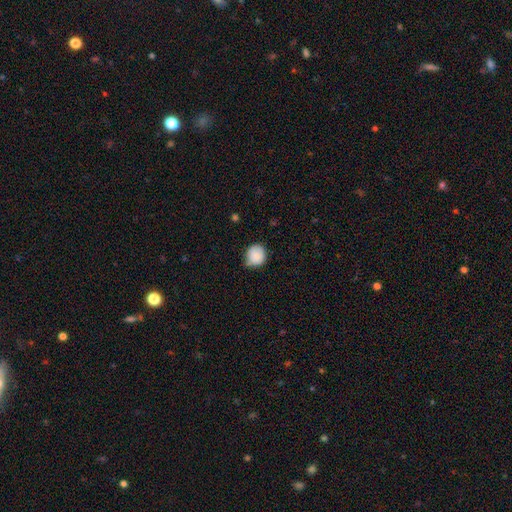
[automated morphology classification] smooth_or_featured: smooth (p=0.87) [alt: star or artifact p=0.08]
how_rounded: round (p=0.82) [alt: in between p=0.17]
merging: none (p=0.65) [alt: minor disturbance p=0.28]